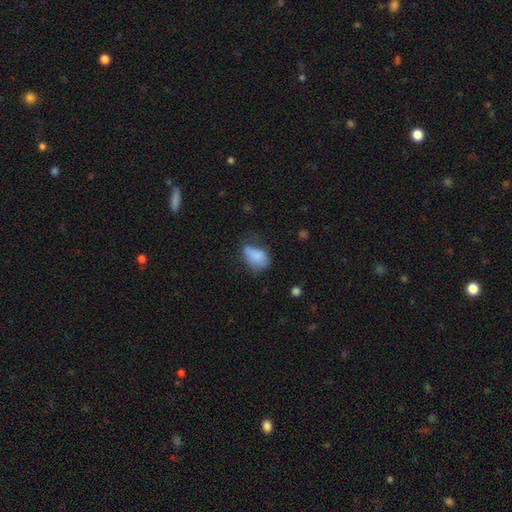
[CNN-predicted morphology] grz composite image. It shows a smooth galaxy with no disk features (79%) that is in between round and cigar-shaped (84%). Merging: minor disturbance (37%).